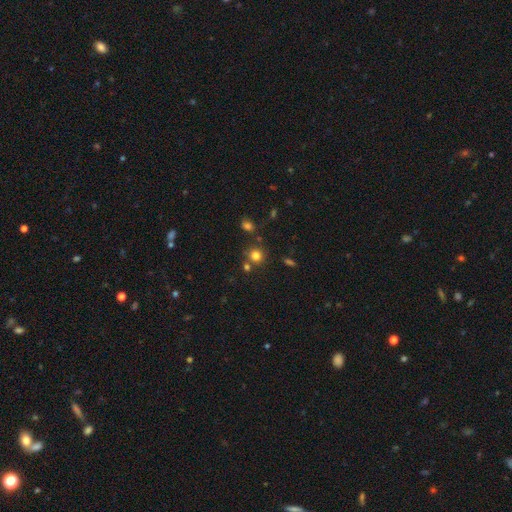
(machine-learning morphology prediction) smooth 78%, star or artifact 16%, featured or disk 7%. Down the decision tree: how rounded — round (90%); merging — none (75%).